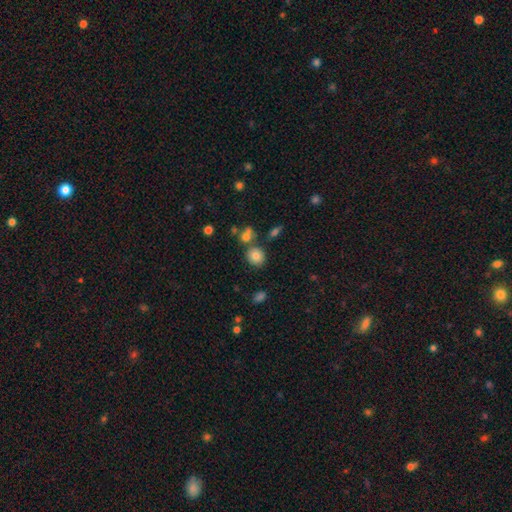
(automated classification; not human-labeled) This appears to be a smooth galaxy with no disk features (80%) that is round (82%). Merging: none (73%).